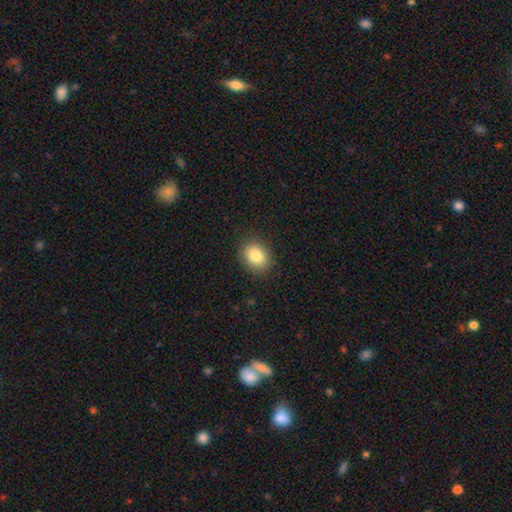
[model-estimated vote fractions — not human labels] Smooth or featured?
  - smooth: 84% *
  - star or artifact: 9%
  - featured or disk: 6%
How rounded?
  - in between: 58% *
  - round: 41%
  - cigar-shaped: 1%
Merging?
  - none: 88% *
  - minor disturbance: 8%
  - major disturbance: 2%
  - merger: 1%